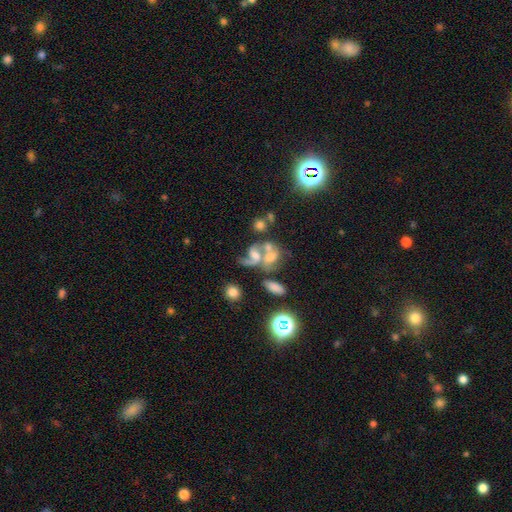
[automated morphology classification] Smooth or featured? Predicted: featured or disk (p=0.37). Merging? Predicted: merger (p=0.51).